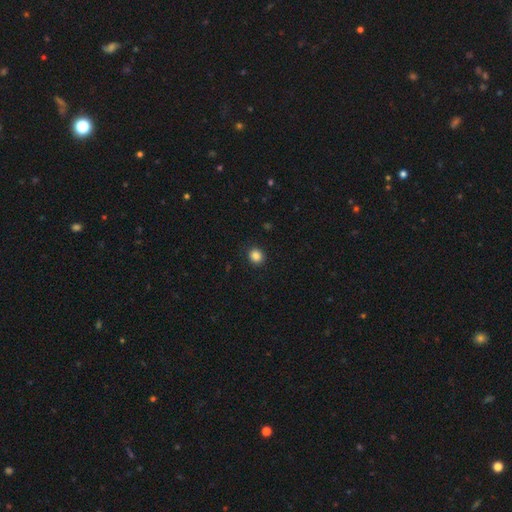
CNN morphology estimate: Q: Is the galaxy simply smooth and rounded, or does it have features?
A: smooth — 86%.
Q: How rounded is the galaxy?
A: round — 82%.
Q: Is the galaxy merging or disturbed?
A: none — 91%.